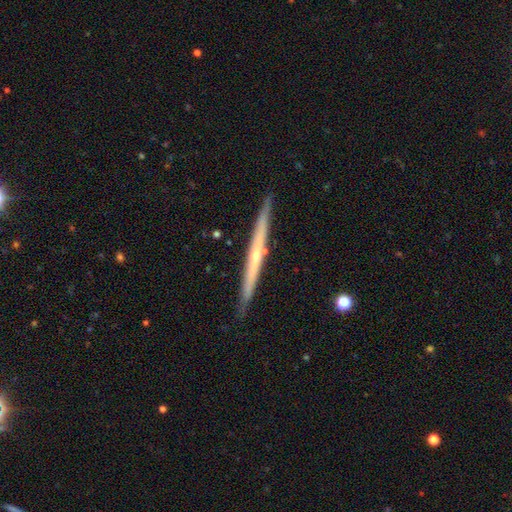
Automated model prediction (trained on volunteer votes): The model was most divided on "edge-on bulge": none: 50%, rounded: 46%, boxy: 3%. More confident: edge-on disk — yes (97%); merging — none (87%); smooth or featured — featured or disk (69%).